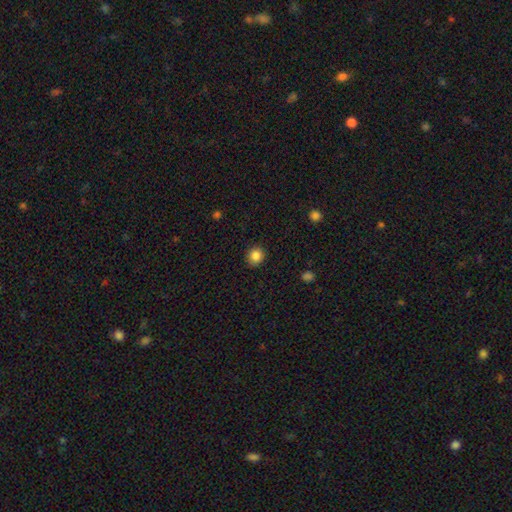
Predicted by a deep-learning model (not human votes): Overall: smooth (85%). How rounded: round (85%). Merging: none (89%).